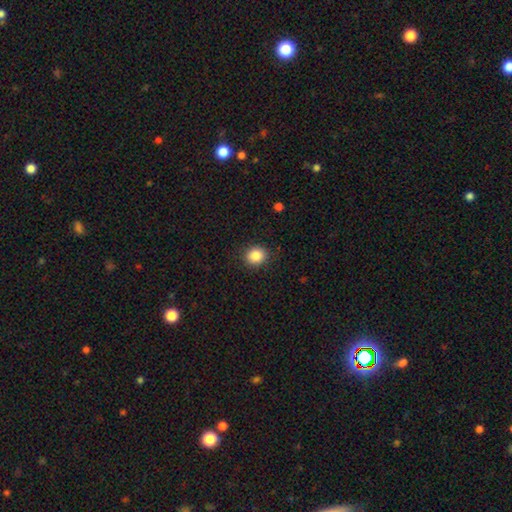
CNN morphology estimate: The model was most divided on "how rounded": round: 83%, in between: 16%, cigar-shaped: 1%. More confident: merging — none (89%); smooth or featured — smooth (86%).